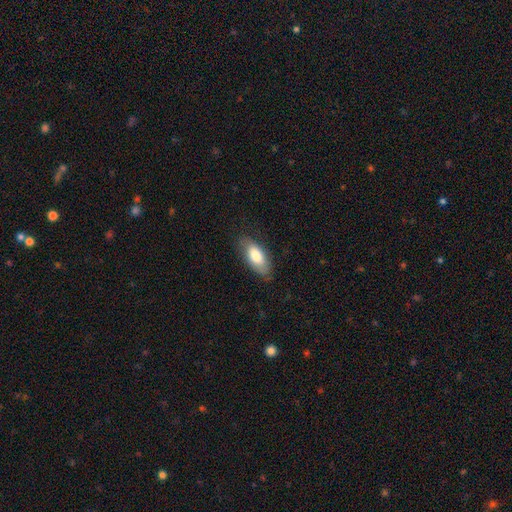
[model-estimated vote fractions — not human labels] This is likely a smooth galaxy (76%). How rounded: clearly in between (87%). Merging: likely none (78%).